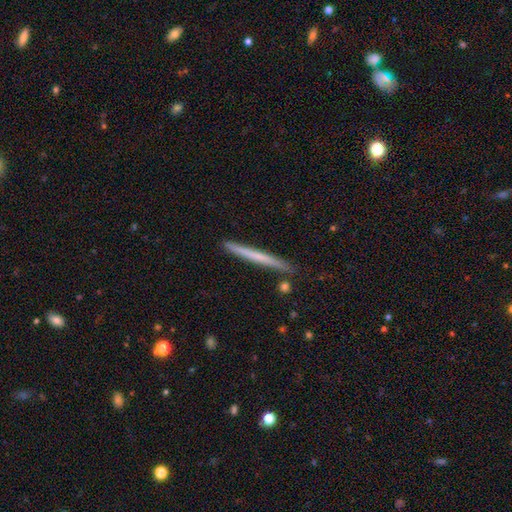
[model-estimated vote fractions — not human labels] Smooth or featured: smooth — 52% (featured or disk — 42%)
How rounded: cigar-shaped — 97% (in between — 1%)
Merging: none — 90% (minor disturbance — 7%)